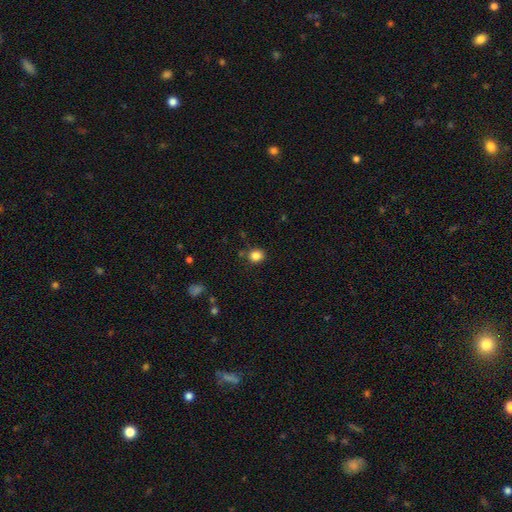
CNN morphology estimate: Smooth or featured? smooth (85%)
How rounded? round (77%)
Merging? none (81%)